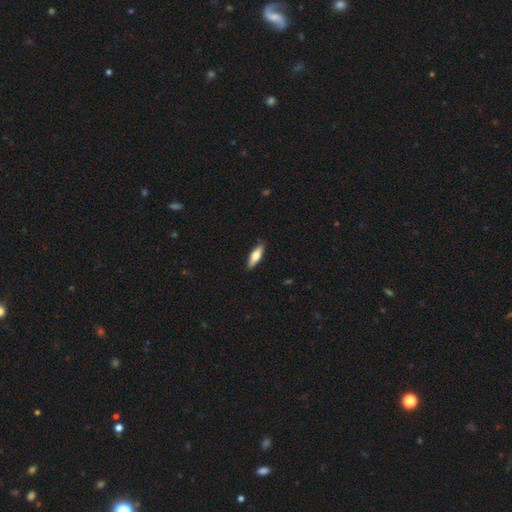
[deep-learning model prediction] Overall: smooth (65%; featured or disk 30%). How rounded: in between (52%; cigar-shaped 45%). Merging: none (88%).